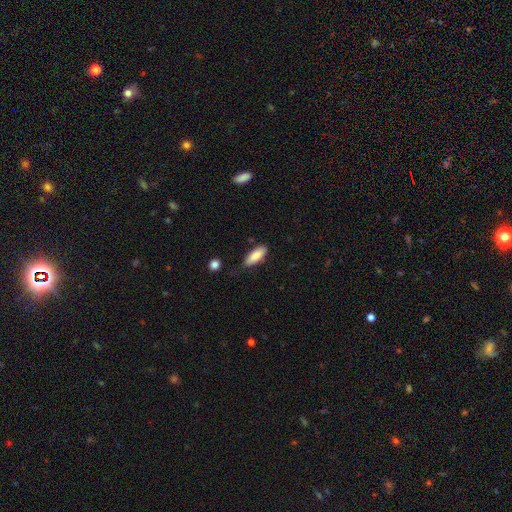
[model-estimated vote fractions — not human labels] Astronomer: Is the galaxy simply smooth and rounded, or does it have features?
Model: smooth — 86%.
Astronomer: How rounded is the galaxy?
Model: in between — 71%.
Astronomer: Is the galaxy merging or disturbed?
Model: none — 73%.